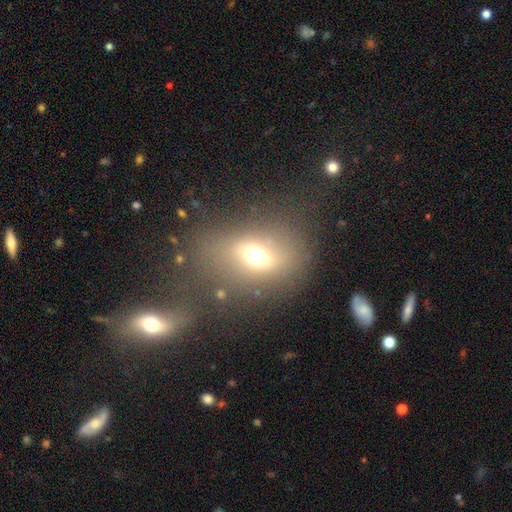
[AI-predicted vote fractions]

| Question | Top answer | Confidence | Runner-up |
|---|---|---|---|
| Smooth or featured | smooth | 58% | featured or disk (22%) |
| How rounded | in between | 61% | round (36%) |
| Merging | none | 66% | minor disturbance (14%) |